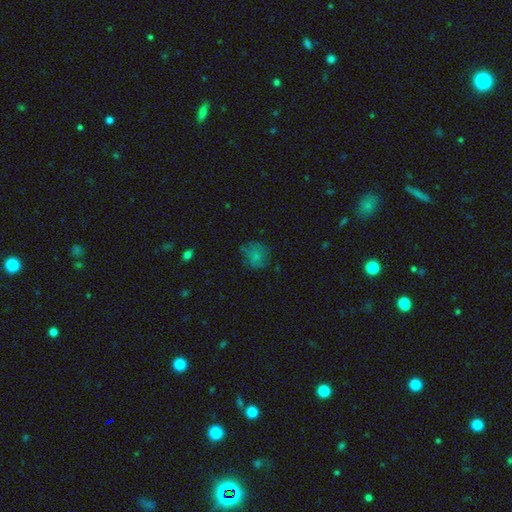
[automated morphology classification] Q: Smooth or featured?
A: smooth (69%); runner-up: featured or disk (16%)
Q: How rounded?
A: round (73%); runner-up: in between (26%)
Q: Merging?
A: none (58%); runner-up: minor disturbance (25%)